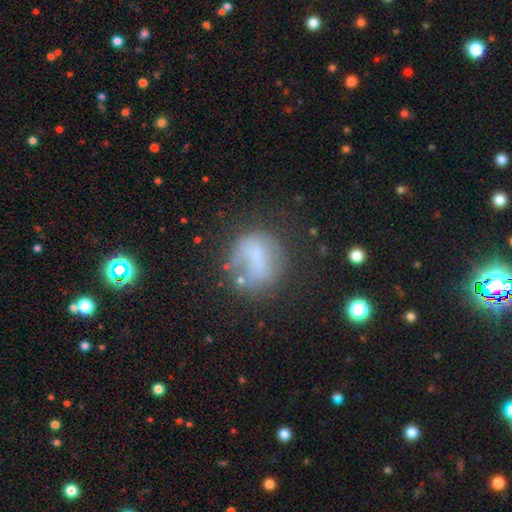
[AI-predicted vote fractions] smooth_or_featured: smooth (p=0.49) [alt: featured or disk p=0.39]
merging: none (p=0.46) [alt: minor disturbance p=0.23]